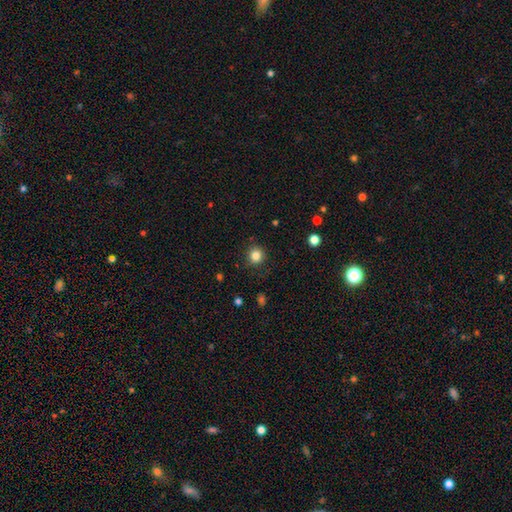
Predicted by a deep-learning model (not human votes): A smooth galaxy with no disk features (83%) that is round (93%).

Vote fractions:
- Smooth or featured? smooth: 83% / star or artifact: 12% / featured or disk: 5%
- How rounded? round: 93% / in between: 7% / cigar-shaped: 1%
- Merging? none: 88% / minor disturbance: 8% / major disturbance: 3% / merger: 1%